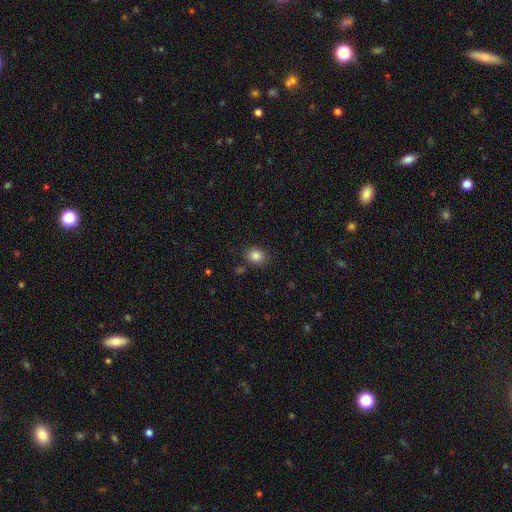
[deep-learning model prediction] Overall: smooth (84%). How rounded: round (66%; in between 33%). Merging: none (82%).